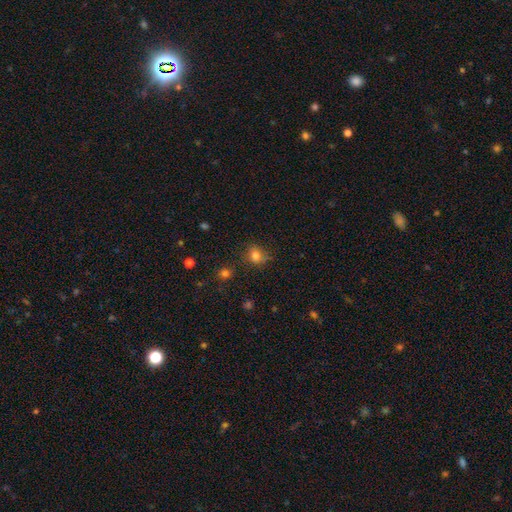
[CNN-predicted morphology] type=smooth (80%); roundness=round (64%); merging=none (71%).